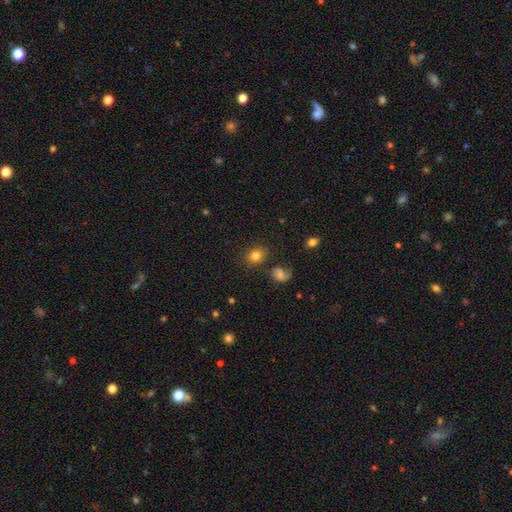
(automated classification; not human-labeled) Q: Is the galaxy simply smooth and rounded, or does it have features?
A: smooth — 78%.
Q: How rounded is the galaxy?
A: round — 61%.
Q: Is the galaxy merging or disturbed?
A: none — 80%.